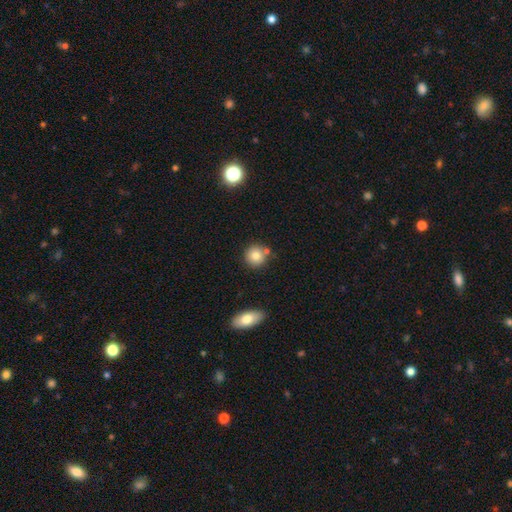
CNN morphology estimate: A smooth galaxy with no disk features (81%) that is round (91%). Merging: none (74%).